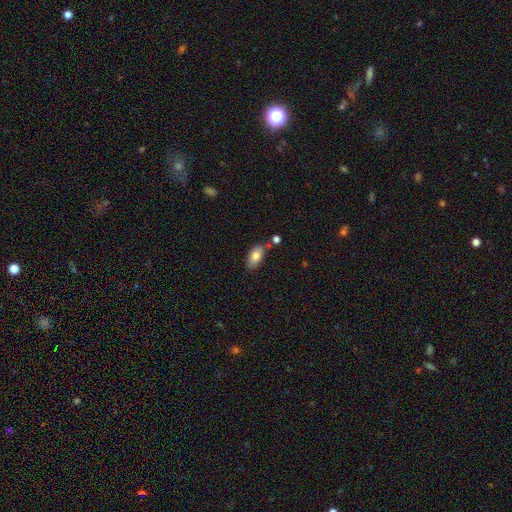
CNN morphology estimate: Smooth or featured?
  - smooth: 80% *
  - featured or disk: 13%
  - star or artifact: 7%
How rounded?
  - in between: 92% *
  - round: 4%
  - cigar-shaped: 4%
Merging?
  - none: 69% *
  - minor disturbance: 16%
  - merger: 12%
  - major disturbance: 4%